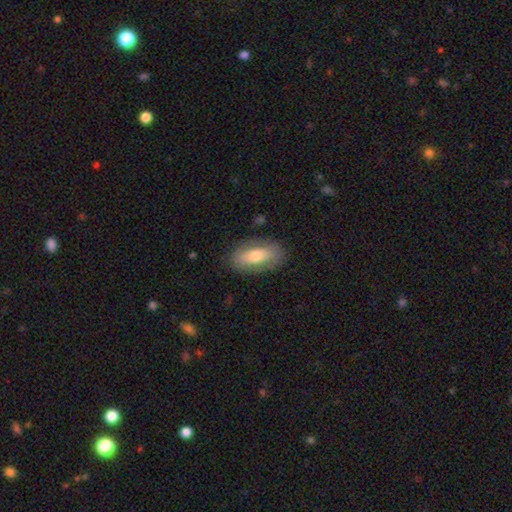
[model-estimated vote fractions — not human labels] The model was most divided on "smooth or featured": smooth: 58%, featured or disk: 35%, star or artifact: 6%. More confident: how rounded — in between (87%); merging — none (80%).